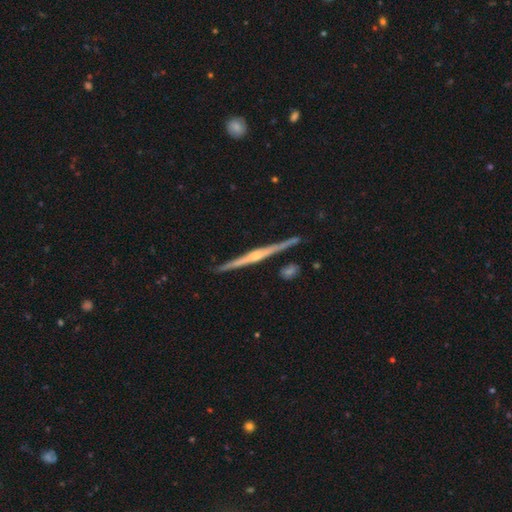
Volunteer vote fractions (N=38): This is clearly a featured or disk galaxy (97%). It is clearly viewed edge-on (100%). Edge-on bulge: likely rounded (76%). Merging: likely none (79%).